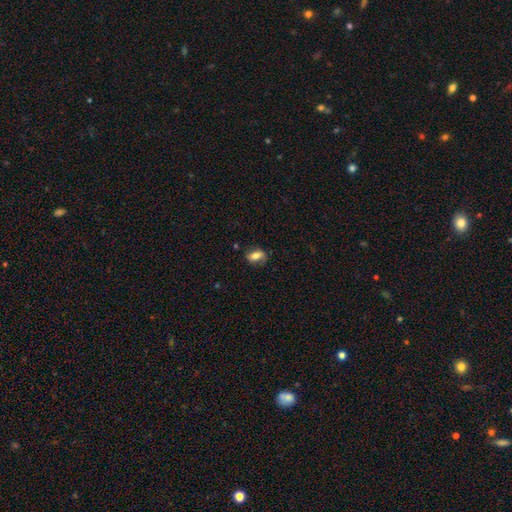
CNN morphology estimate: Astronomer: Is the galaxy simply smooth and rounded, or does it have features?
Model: smooth — 66%.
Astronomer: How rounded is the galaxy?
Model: in between — 80%.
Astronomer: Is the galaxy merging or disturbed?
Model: none — 68%.